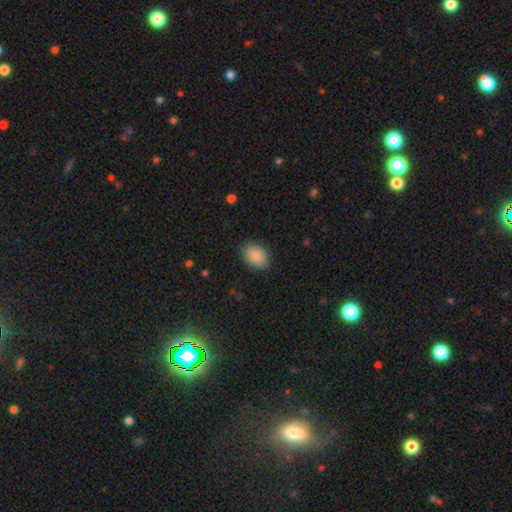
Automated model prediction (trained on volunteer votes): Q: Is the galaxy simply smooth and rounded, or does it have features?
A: smooth — 89%.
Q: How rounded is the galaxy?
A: in between — 81%.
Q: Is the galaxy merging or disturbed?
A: none — 85%.